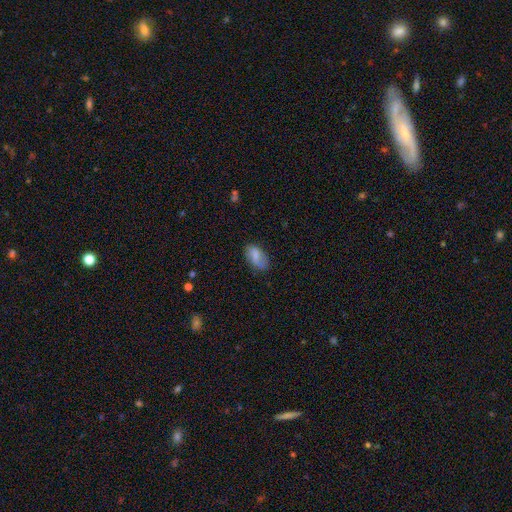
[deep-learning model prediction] The model was most divided on "merging": none: 70%, minor disturbance: 22%, major disturbance: 6%, merger: 2%. More confident: how rounded — in between (93%); smooth or featured — smooth (70%).